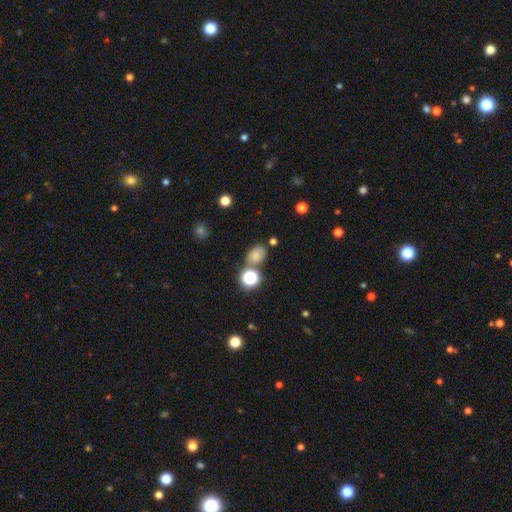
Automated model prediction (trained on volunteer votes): Morphology: type=smooth (74%); roundness=in between (61%); merging=none (70%).